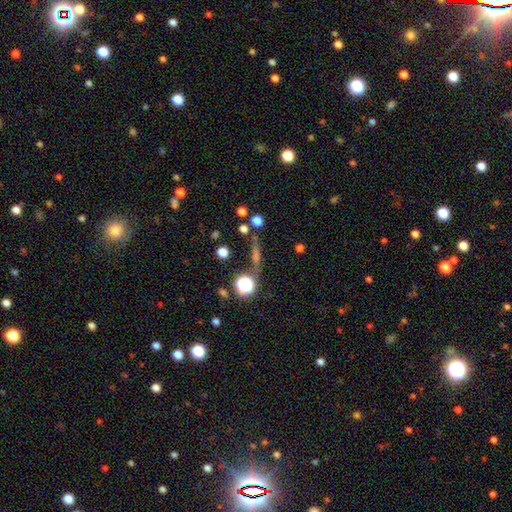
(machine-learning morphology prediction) Smooth or featured: featured or disk — 37% (smooth — 32%)
Merging: none — 75% (minor disturbance — 11%)